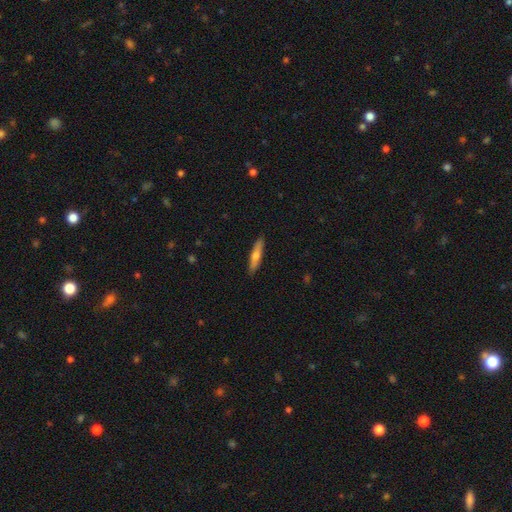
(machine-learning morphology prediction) Smooth or featured?
  - smooth: 59% *
  - featured or disk: 35%
  - star or artifact: 6%
How rounded?
  - cigar-shaped: 86% *
  - in between: 12%
  - round: 2%
Merging?
  - none: 90% *
  - minor disturbance: 8%
  - major disturbance: 2%
  - merger: 1%